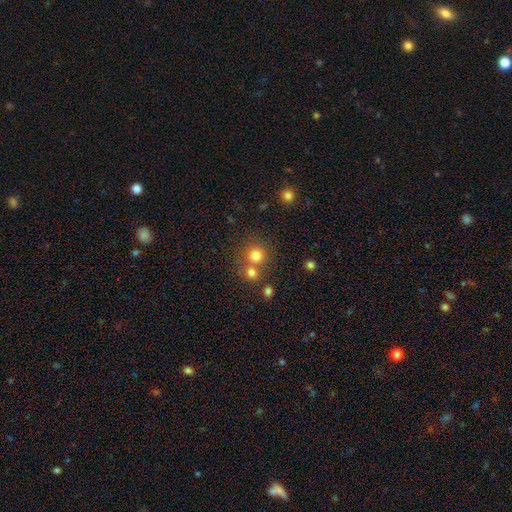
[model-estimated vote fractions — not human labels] smooth-or-featured: smooth: 76% | star or artifact: 15% | featured or disk: 8%
  how-rounded: round: 91% | in between: 8% | cigar-shaped: 1%
  merging: none: 59% | merger: 31% | minor disturbance: 7% | major disturbance: 3%